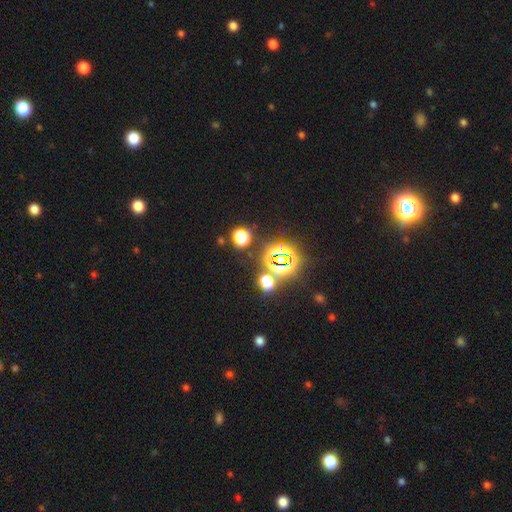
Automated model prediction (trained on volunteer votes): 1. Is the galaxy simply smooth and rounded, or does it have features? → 79% star or artifact, 13% smooth, 7% featured or disk.